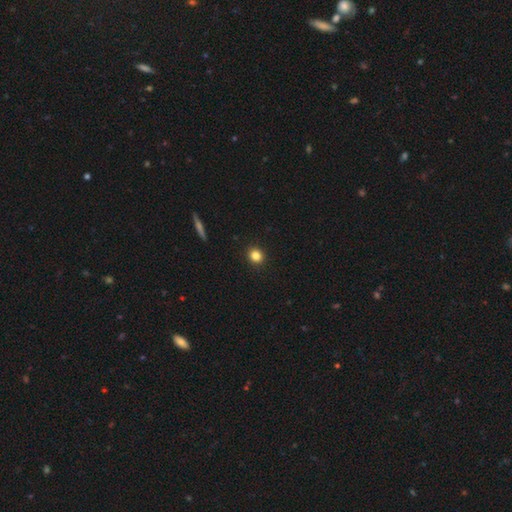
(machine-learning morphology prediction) type=smooth (84%); roundness=round (87%); merging=none (92%).